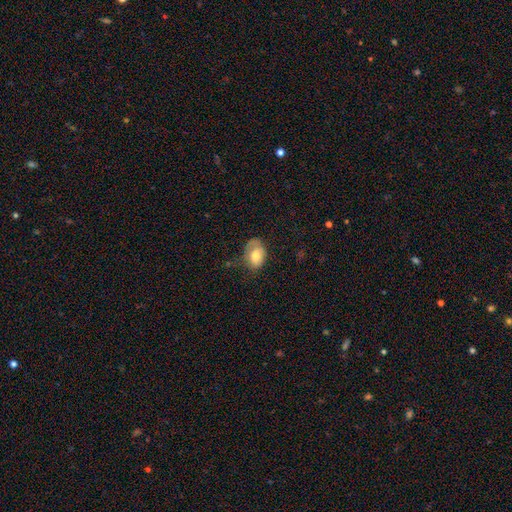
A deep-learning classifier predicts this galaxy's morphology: Q: Smooth or featured?
A: smooth (73%); runner-up: featured or disk (20%)
Q: How rounded?
A: in between (82%); runner-up: round (17%)
Q: Merging?
A: none (42%); runner-up: minor disturbance (37%)